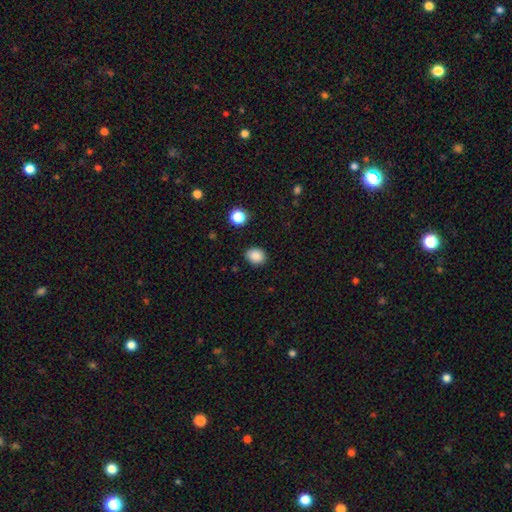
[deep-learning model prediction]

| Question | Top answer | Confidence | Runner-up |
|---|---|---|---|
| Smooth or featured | smooth | 87% | star or artifact (10%) |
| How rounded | round | 62% | in between (37%) |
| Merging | none | 83% | minor disturbance (13%) |